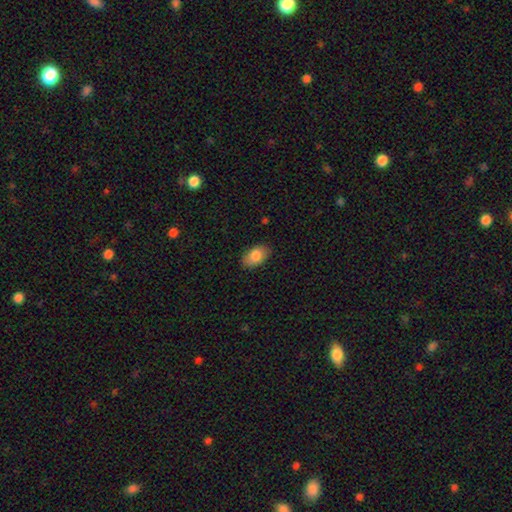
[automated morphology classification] Smooth or featured? smooth (86%)
How rounded? in between (92%)
Merging? none (85%)